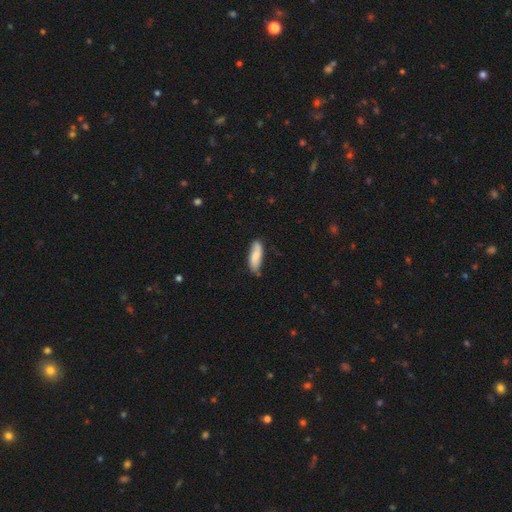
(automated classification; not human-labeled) The model was most divided on "how rounded": in between: 54%, cigar-shaped: 44%, round: 2%. More confident: smooth or featured — smooth (73%); merging — none (72%).